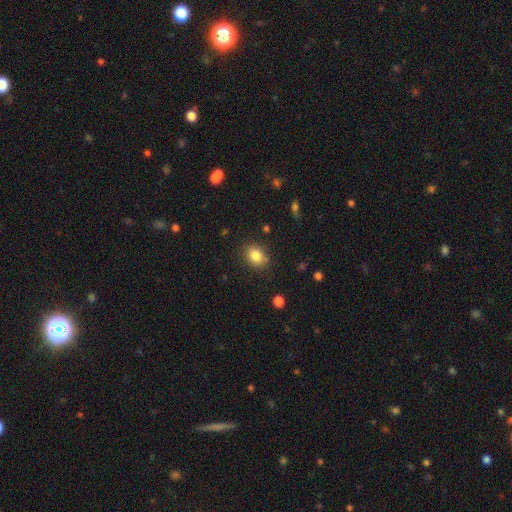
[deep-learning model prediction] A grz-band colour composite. It shows a smooth galaxy with no disk features (84%) that is in between round and cigar-shaped (52%). Merging: none (83%).